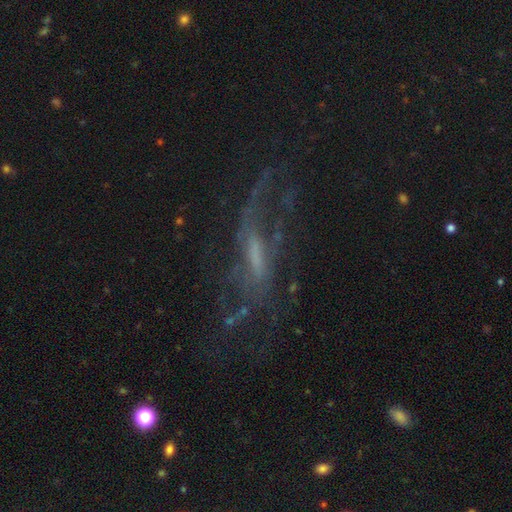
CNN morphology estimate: Smooth or featured? Predicted: featured or disk (p=0.72). Edge-on disk? Predicted: no (p=0.81). Bar? Predicted: weak (p=0.38). Spiral arms? Predicted: yes (p=0.72). Bulge size? Predicted: none (p=0.34). Merging? Predicted: none (p=0.48).